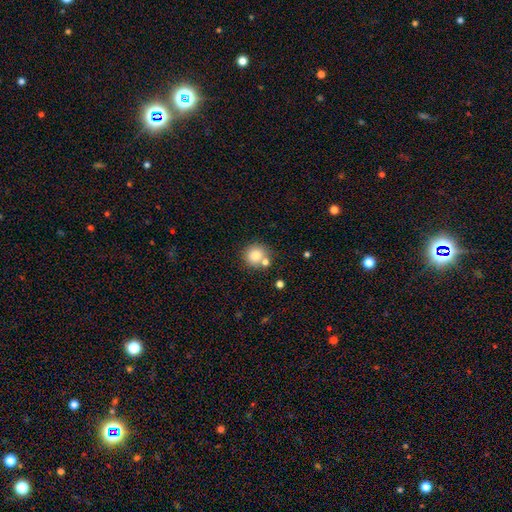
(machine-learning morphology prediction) Smooth or featured? Predicted: smooth (p=0.83). How rounded? Predicted: round (p=0.90). Merging? Predicted: none (p=0.69).